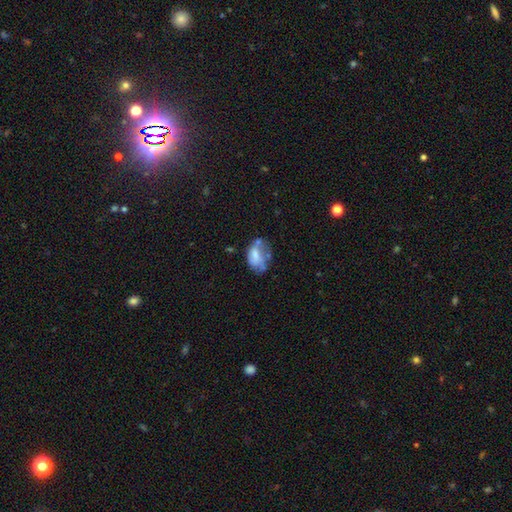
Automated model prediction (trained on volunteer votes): Q: Smooth or featured?
A: smooth (53%); runner-up: featured or disk (37%)
Q: How rounded?
A: in between (81%); runner-up: round (17%)
Q: Merging?
A: none (32%); runner-up: minor disturbance (29%)